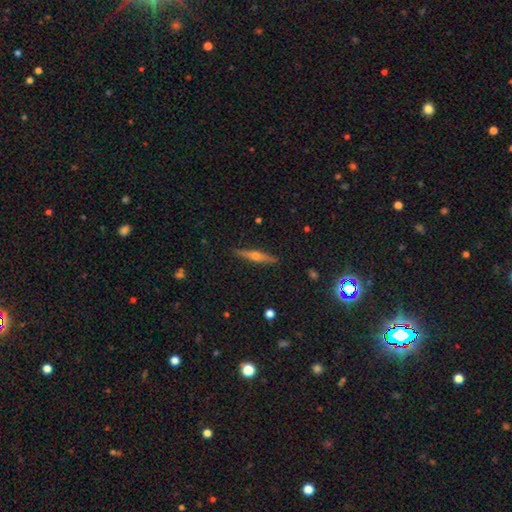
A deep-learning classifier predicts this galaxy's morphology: A featured or disk galaxy (67%) viewed edge-on (97%) with a rounded central bulge (89%). Merging: none (91%).